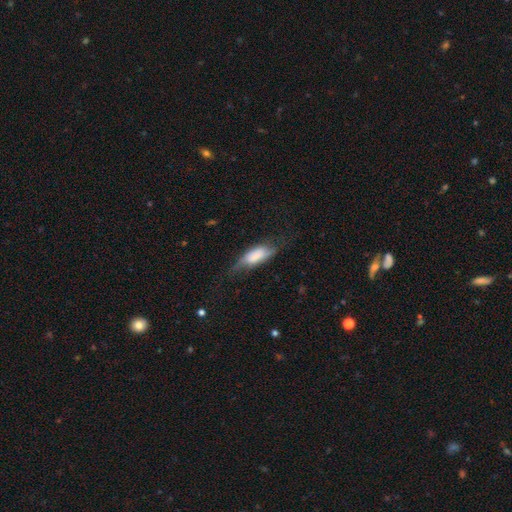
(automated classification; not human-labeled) smooth-or-featured: smooth: 64% | featured or disk: 28% | star or artifact: 7%
  how-rounded: in between: 73% | cigar-shaped: 24% | round: 3%
  merging: none: 43% | minor disturbance: 33% | major disturbance: 22% | merger: 2%